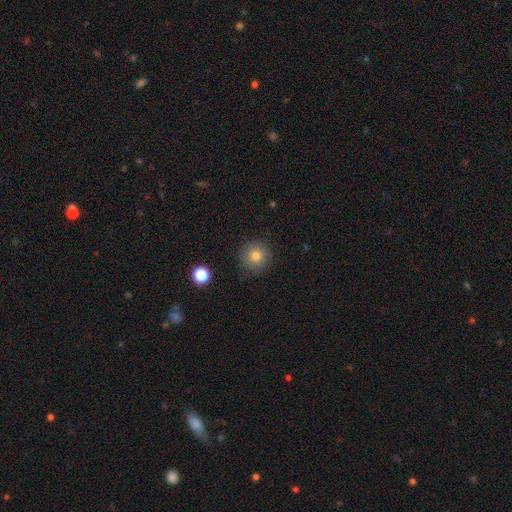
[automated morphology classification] Smooth or featured? Predicted: smooth (p=0.78). How rounded? Predicted: round (p=0.95). Merging? Predicted: none (p=0.88).